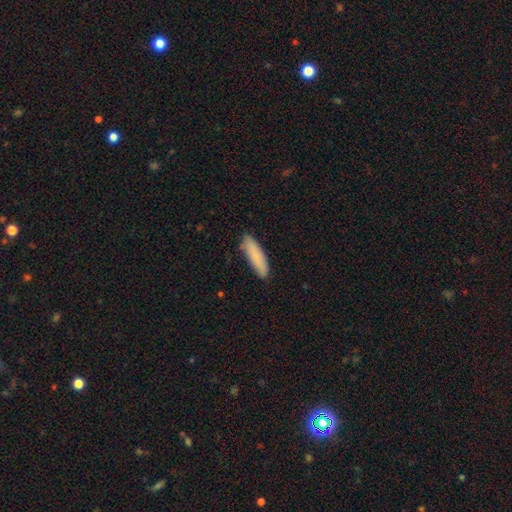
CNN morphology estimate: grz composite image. It shows a smooth galaxy with no disk features (86%) that is cigar-shaped (72%). Merging: none (85%).